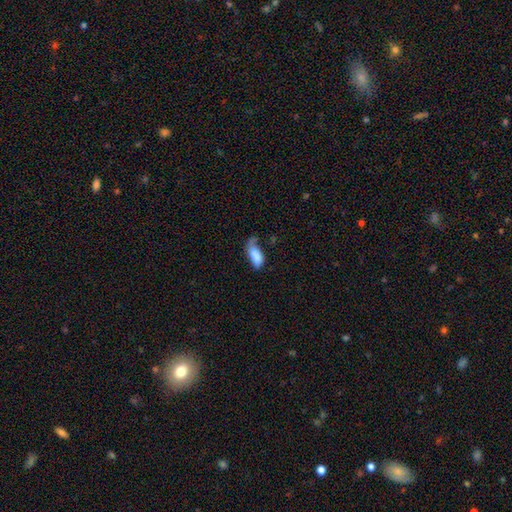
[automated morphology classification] type=smooth (77%); roundness=in between (85%); merging=minor disturbance (33%).